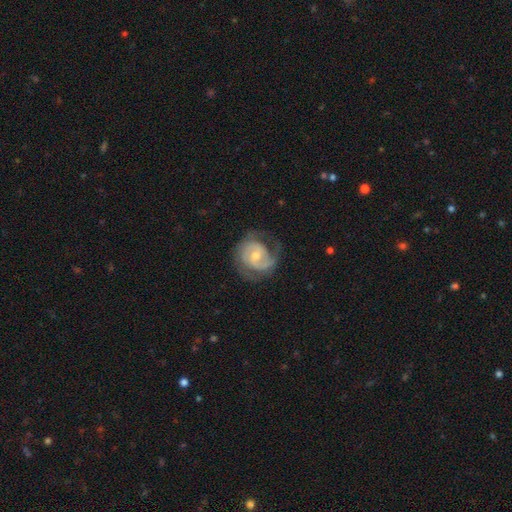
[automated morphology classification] type=featured or disk (85%); edge-on=no (98%); bar=no (58%); spiral arms=yes (95%); winding=tight (47%); arm count=2 (75%); bulge=moderate (55%); merging=none (67%).